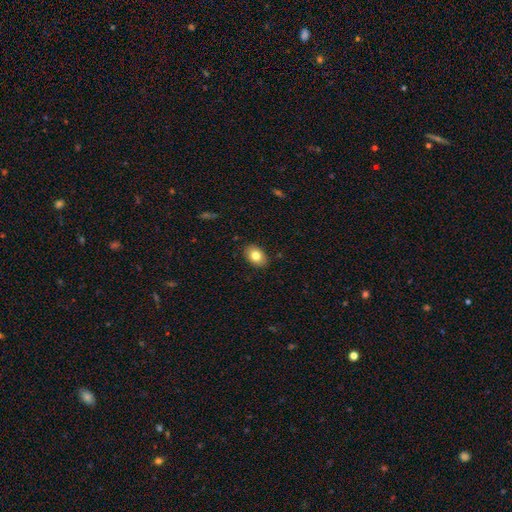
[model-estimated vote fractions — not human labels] Smooth or featured?
  - smooth: 81% *
  - featured or disk: 11%
  - star or artifact: 8%
How rounded?
  - in between: 78% *
  - round: 21%
  - cigar-shaped: 1%
Merging?
  - none: 87% *
  - minor disturbance: 10%
  - major disturbance: 2%
  - merger: 1%